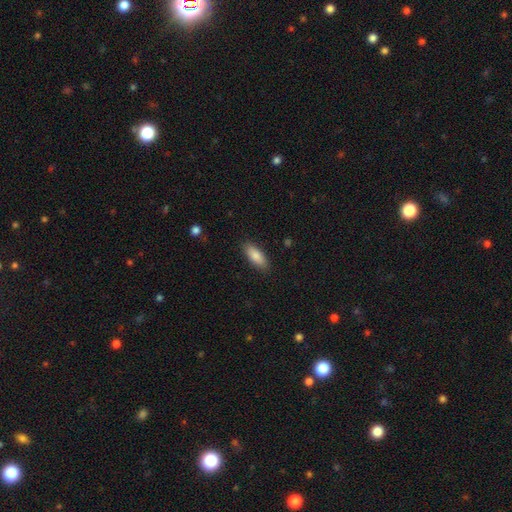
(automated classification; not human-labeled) smooth_or_featured: smooth (p=0.86) [alt: featured or disk p=0.08]
how_rounded: in between (p=0.74) [alt: cigar-shaped p=0.24]
merging: none (p=0.87) [alt: minor disturbance p=0.09]